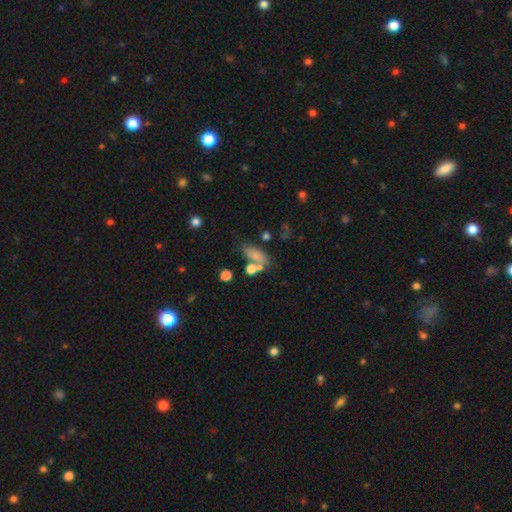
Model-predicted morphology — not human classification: Overall: smooth (74%). How rounded: in between (75%). Merging: none (49%; merger 24%).